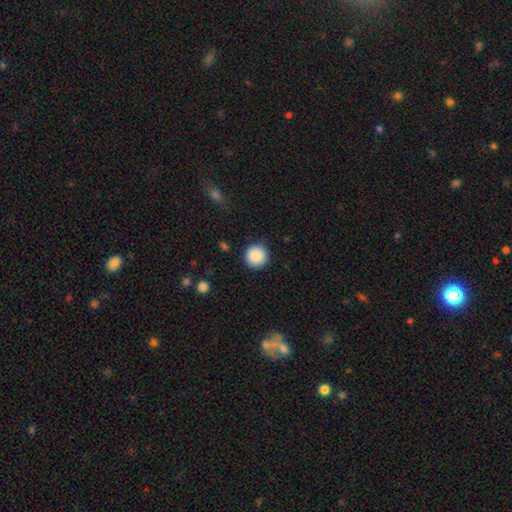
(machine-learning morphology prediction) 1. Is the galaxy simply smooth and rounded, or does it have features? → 89% smooth, 8% star or artifact, 3% featured or disk.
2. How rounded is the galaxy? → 95% round, 4% in between, 1% cigar-shaped.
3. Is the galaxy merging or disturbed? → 90% none, 7% minor disturbance, 2% major disturbance, 1% merger.